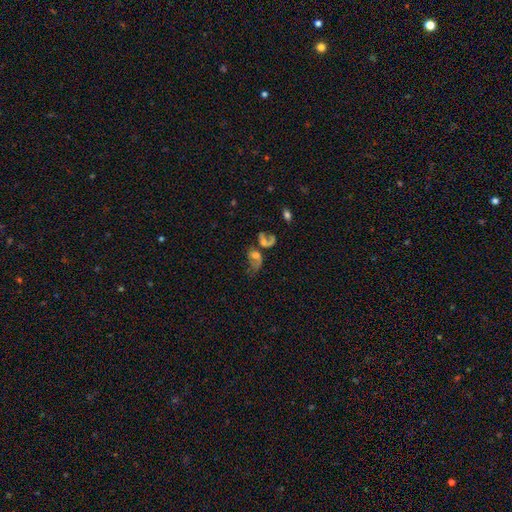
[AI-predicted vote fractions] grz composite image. It shows a featured or disk galaxy (46%). Merging: merger (43%).